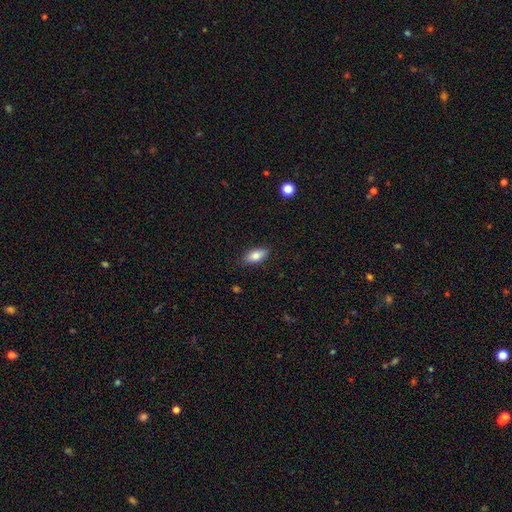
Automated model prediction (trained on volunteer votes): Smooth or featured?
  - smooth: 80% *
  - featured or disk: 13%
  - star or artifact: 7%
How rounded?
  - in between: 84% *
  - cigar-shaped: 12%
  - round: 3%
Merging?
  - none: 84% *
  - minor disturbance: 12%
  - major disturbance: 2%
  - merger: 1%